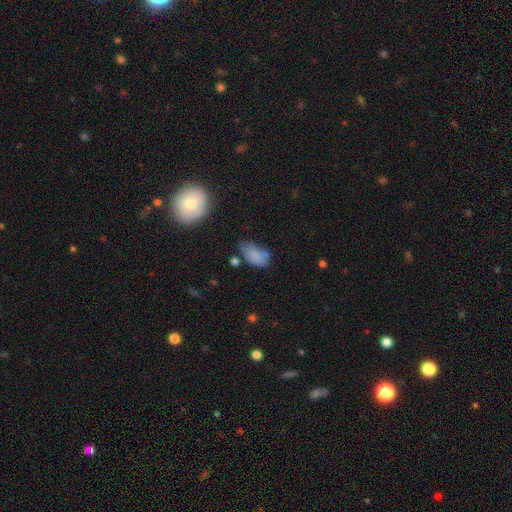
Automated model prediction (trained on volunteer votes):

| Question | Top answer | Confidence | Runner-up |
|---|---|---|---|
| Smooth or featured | smooth | 78% | featured or disk (12%) |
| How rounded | in between | 91% | round (6%) |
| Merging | none | 44% | minor disturbance (32%) |